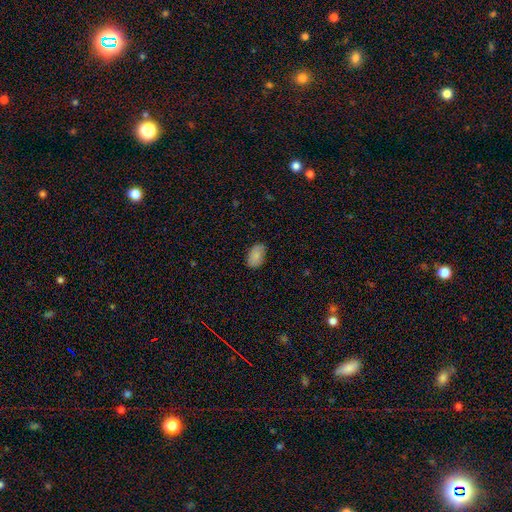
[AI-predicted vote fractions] A smooth galaxy with no disk features (83%) that is in between round and cigar-shaped (91%). Merging: none (80%).